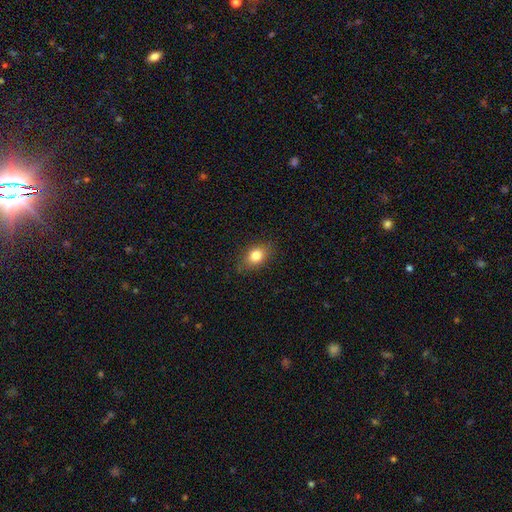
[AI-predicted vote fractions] Smooth or featured? smooth (81%)
How rounded? in between (74%)
Merging? none (83%)